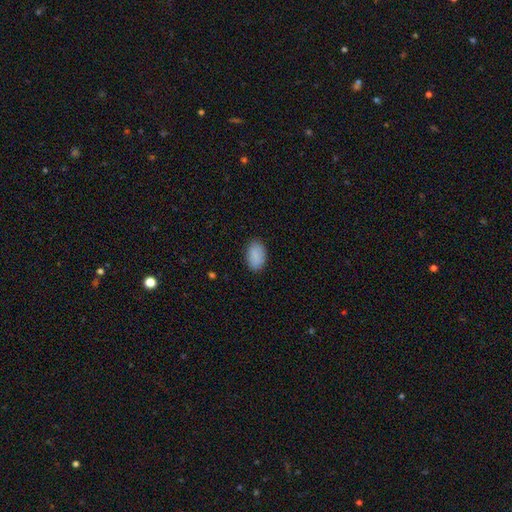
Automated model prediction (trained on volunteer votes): Q: Smooth or featured?
A: smooth (89%); runner-up: star or artifact (7%)
Q: How rounded?
A: in between (92%); runner-up: round (7%)
Q: Merging?
A: none (85%); runner-up: minor disturbance (11%)